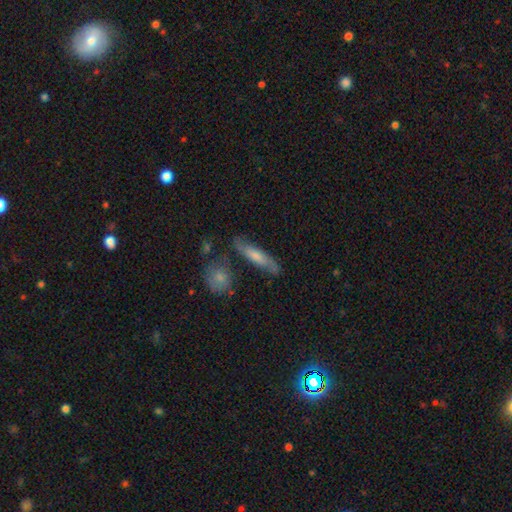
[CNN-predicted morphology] This is possibly a featured or disk galaxy (49%). Merging: likely none (74%).